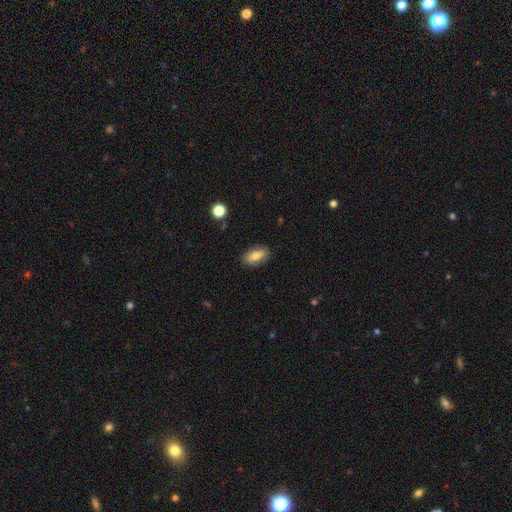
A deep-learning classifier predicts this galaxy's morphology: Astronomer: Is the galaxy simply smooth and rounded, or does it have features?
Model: smooth — 71%.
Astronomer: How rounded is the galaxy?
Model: in between — 87%.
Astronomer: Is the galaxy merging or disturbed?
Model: none — 84%.